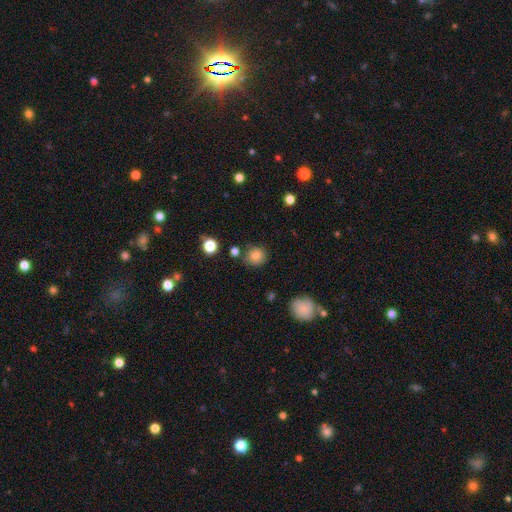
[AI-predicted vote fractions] smooth 81%, star or artifact 12%, featured or disk 7%. Down the decision tree: how rounded — round (87%); merging — none (78%).